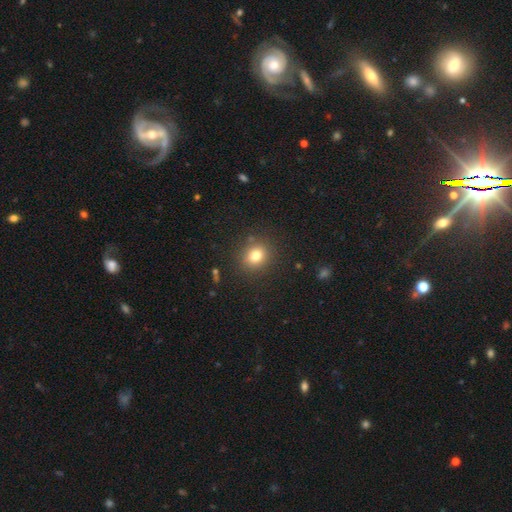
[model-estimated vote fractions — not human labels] Smooth or featured: smooth — 78% (star or artifact — 13%)
How rounded: round — 73% (in between — 26%)
Merging: none — 86% (minor disturbance — 9%)